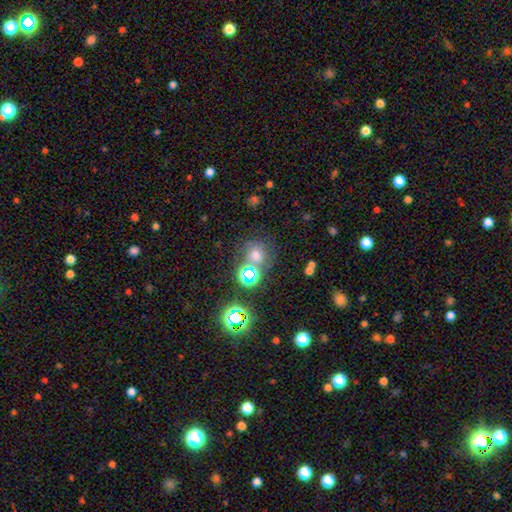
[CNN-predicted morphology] Smooth or featured? smooth (56%)
How rounded? round (84%)
Merging? none (60%)